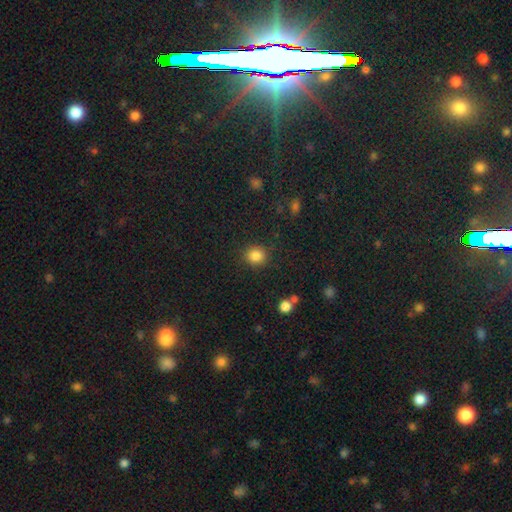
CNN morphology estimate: Smooth or featured?
  - smooth: 85% *
  - star or artifact: 11%
  - featured or disk: 4%
How rounded?
  - round: 85% *
  - in between: 14%
  - cigar-shaped: 1%
Merging?
  - none: 88% *
  - minor disturbance: 7%
  - major disturbance: 3%
  - merger: 2%